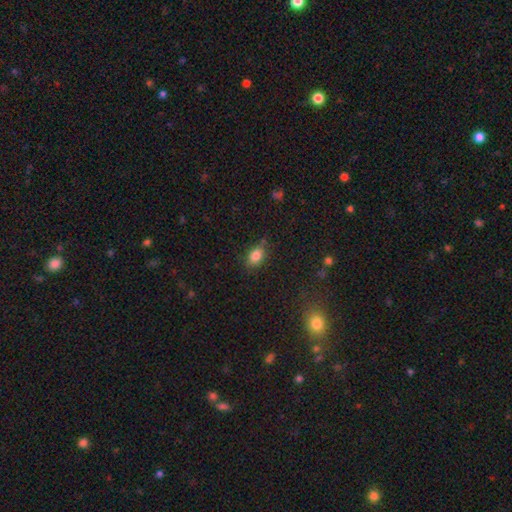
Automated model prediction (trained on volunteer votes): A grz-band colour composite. It shows a smooth galaxy with no disk features (84%) that is in between round and cigar-shaped (83%). Merging: none (77%).